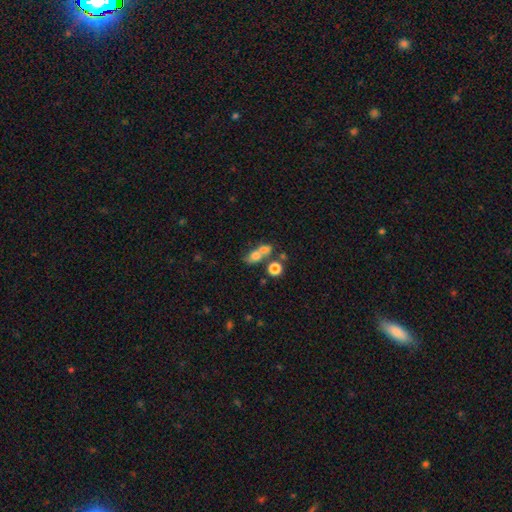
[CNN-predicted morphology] A smooth galaxy with no disk features (68%) that is in between round and cigar-shaped (53%). Merging: merger (56%).